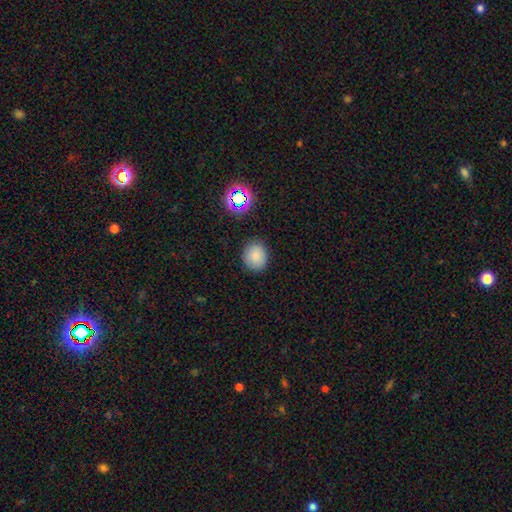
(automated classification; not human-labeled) Smooth or featured: smooth — 82% (star or artifact — 12%)
How rounded: round — 71% (in between — 28%)
Merging: none — 85% (minor disturbance — 11%)